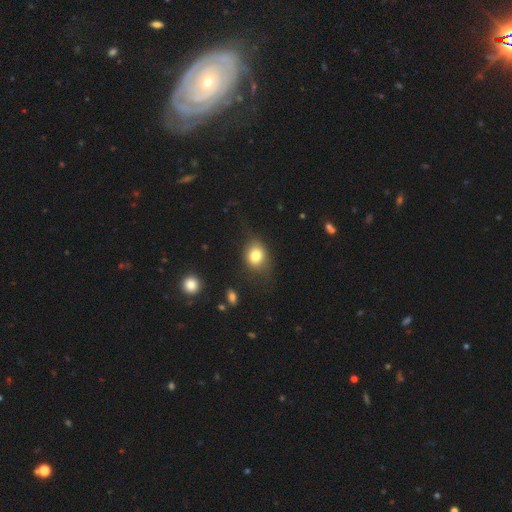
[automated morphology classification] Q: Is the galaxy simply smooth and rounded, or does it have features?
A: smooth — 77%.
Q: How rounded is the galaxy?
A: round — 50%.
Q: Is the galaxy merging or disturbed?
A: none — 66%.